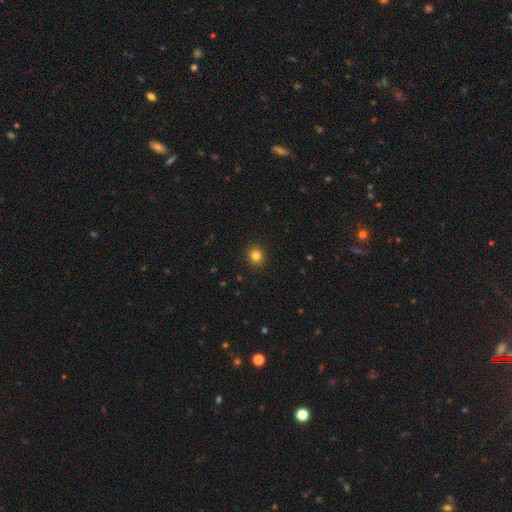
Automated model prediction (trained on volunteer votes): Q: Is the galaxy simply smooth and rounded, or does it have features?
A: smooth — 83%.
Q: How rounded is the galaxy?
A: round — 86%.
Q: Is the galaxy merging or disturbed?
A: none — 92%.